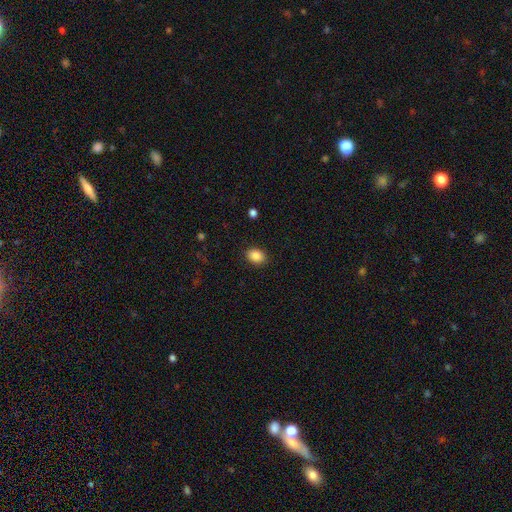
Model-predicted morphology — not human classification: Smooth or featured?
  - smooth: 87% *
  - star or artifact: 9%
  - featured or disk: 4%
How rounded?
  - in between: 68% *
  - round: 31%
  - cigar-shaped: 1%
Merging?
  - none: 89% *
  - minor disturbance: 8%
  - major disturbance: 2%
  - merger: 1%